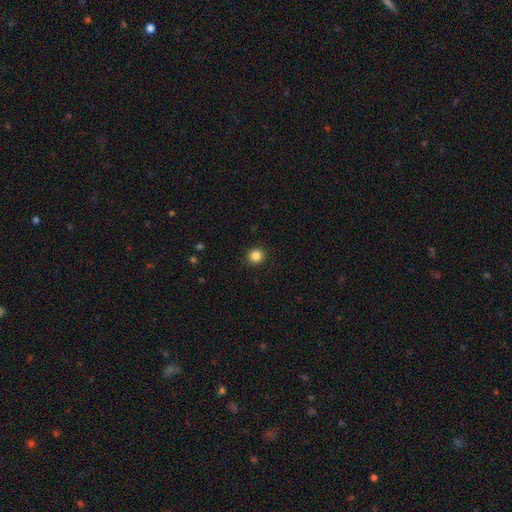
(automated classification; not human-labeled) smooth_or_featured: smooth (p=0.85) [alt: star or artifact p=0.12]
how_rounded: round (p=0.93) [alt: in between p=0.06]
merging: none (p=0.92) [alt: minor disturbance p=0.05]